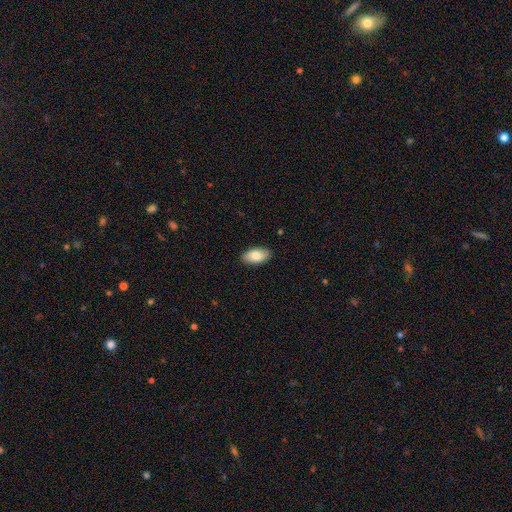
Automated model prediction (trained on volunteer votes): Smooth or featured?
  - smooth: 83% *
  - featured or disk: 11%
  - star or artifact: 6%
How rounded?
  - in between: 94% *
  - round: 3%
  - cigar-shaped: 3%
Merging?
  - none: 89% *
  - minor disturbance: 8%
  - major disturbance: 2%
  - merger: 1%